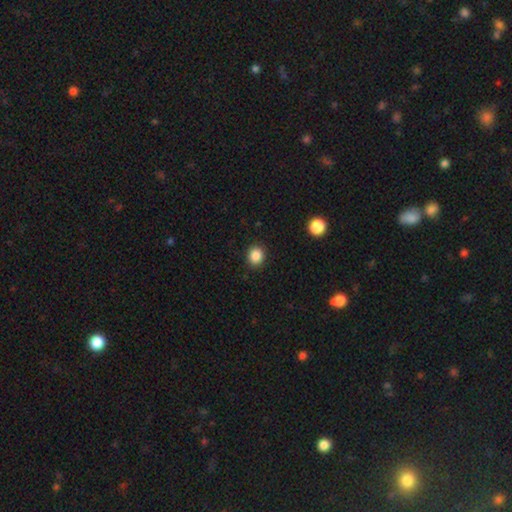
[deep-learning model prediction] Smooth or featured? smooth (86%)
How rounded? round (79%)
Merging? none (90%)